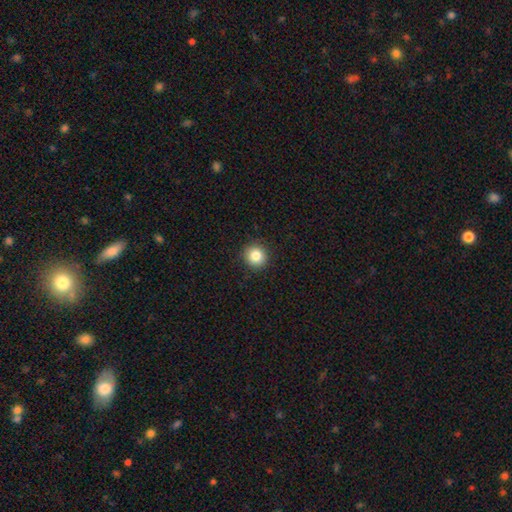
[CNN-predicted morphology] The model was most divided on "smooth or featured": smooth: 84%, star or artifact: 10%, featured or disk: 6%. More confident: how rounded — round (93%); merging — none (92%).